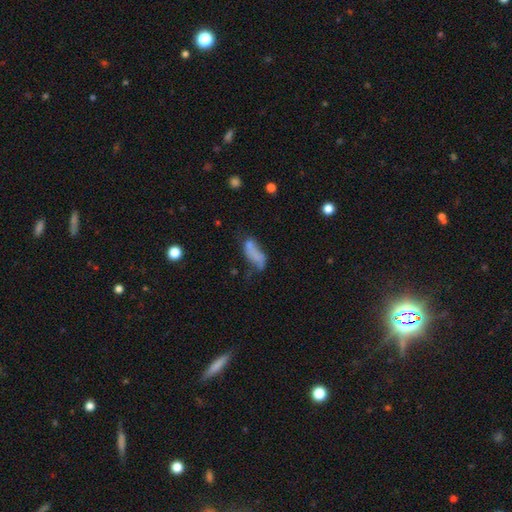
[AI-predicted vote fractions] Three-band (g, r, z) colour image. It shows a smooth galaxy with no disk features (66%) that is in between round and cigar-shaped (75%). Merging: none (29%).